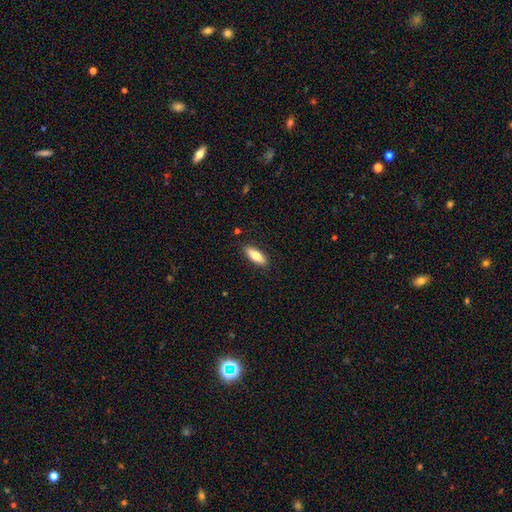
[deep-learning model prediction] Smooth or featured? Predicted: smooth (p=0.73). How rounded? Predicted: in between (p=0.62). Merging? Predicted: none (p=0.88).